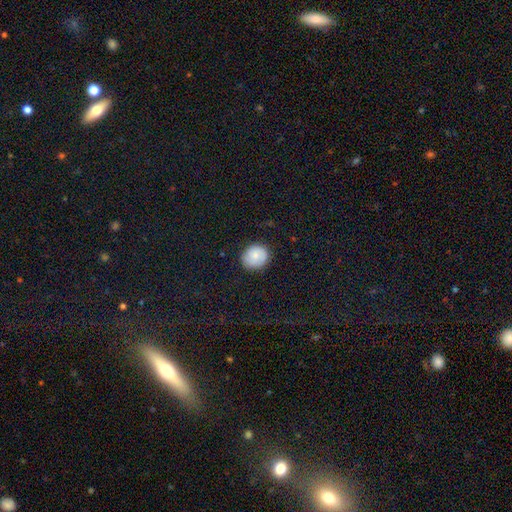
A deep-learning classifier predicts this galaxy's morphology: smooth-or-featured: smooth: 84% | featured or disk: 8% | star or artifact: 8%
  how-rounded: round: 78% | in between: 22% | cigar-shaped: 1%
  merging: none: 84% | minor disturbance: 13% | major disturbance: 3% | merger: 1%